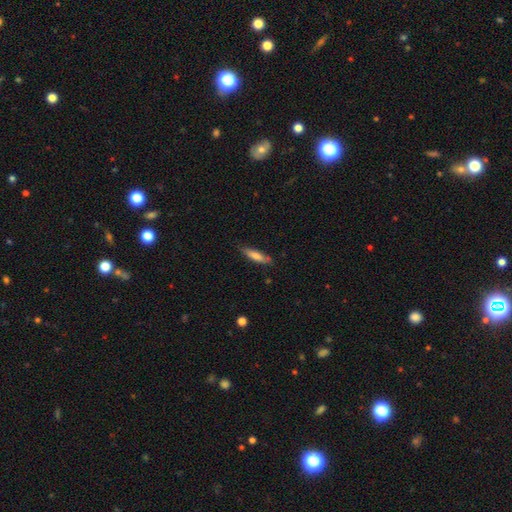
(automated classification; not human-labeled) smooth 68%, featured or disk 26%, star or artifact 6%. Down the decision tree: how rounded — cigar-shaped (79%); merging — none (80%).